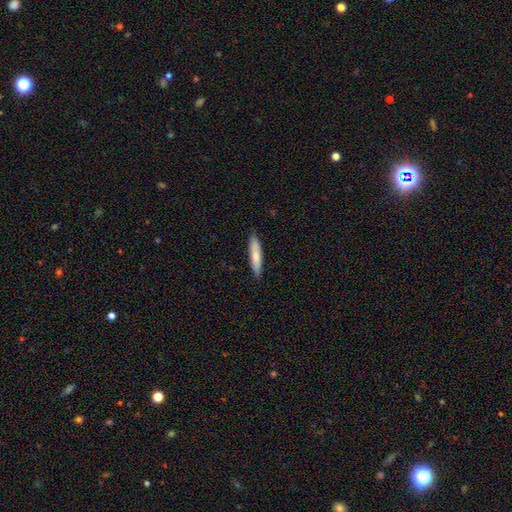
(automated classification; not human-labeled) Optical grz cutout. It shows a smooth galaxy with no disk features (76%) that is cigar-shaped (84%). Merging: none (88%).